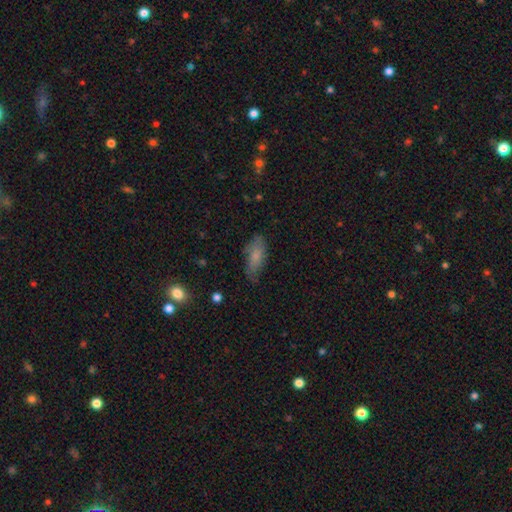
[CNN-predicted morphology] Smooth or featured? smooth (73%)
How rounded? in between (76%)
Merging? none (68%)